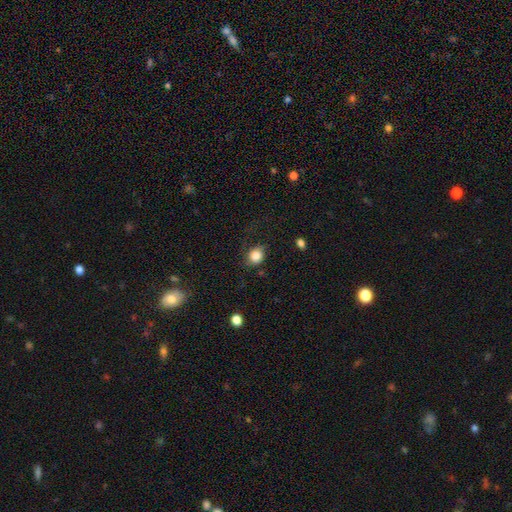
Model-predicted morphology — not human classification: Q: Smooth or featured?
A: smooth (84%); runner-up: star or artifact (9%)
Q: How rounded?
A: round (69%); runner-up: in between (30%)
Q: Merging?
A: none (68%); runner-up: minor disturbance (21%)